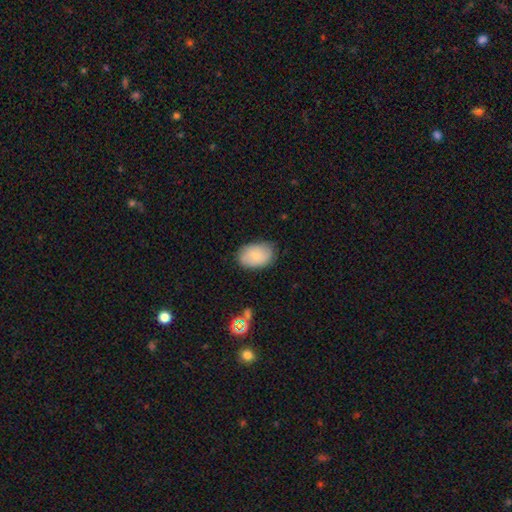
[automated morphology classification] The model was most divided on "smooth or featured": smooth: 76%, featured or disk: 16%, star or artifact: 7%. More confident: how rounded — in between (88%); merging — none (79%).